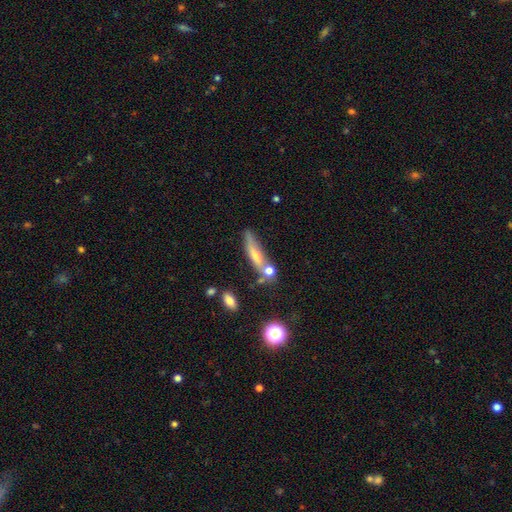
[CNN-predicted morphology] Smooth or featured? featured or disk (45%)
Merging? none (54%)